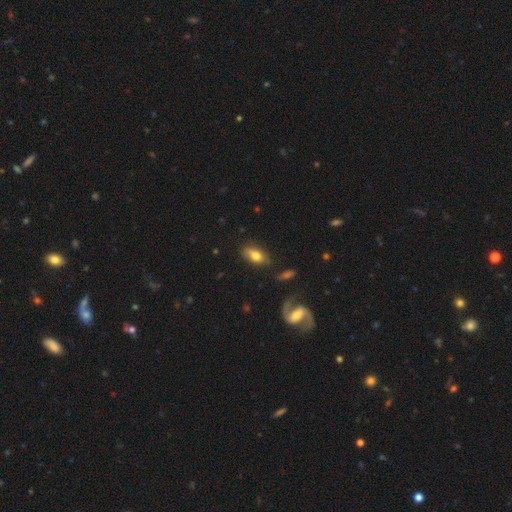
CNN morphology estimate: The model was most divided on "smooth or featured": smooth: 70%, featured or disk: 22%, star or artifact: 8%. More confident: how rounded — in between (87%); merging — none (70%).